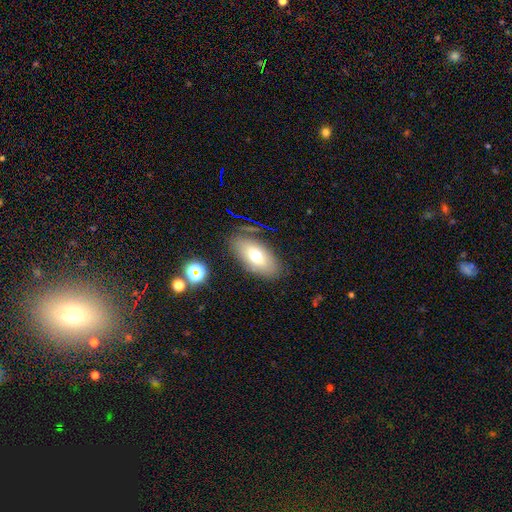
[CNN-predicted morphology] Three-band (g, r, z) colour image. It shows a smooth galaxy with no disk features (68%) that is in between round and cigar-shaped (90%). Merging: none (80%).